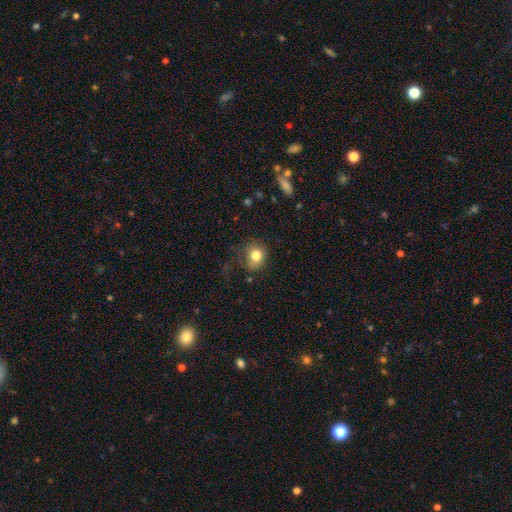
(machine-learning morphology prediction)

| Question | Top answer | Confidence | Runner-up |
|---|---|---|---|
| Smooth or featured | smooth | 79% | star or artifact (10%) |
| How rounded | round | 67% | in between (32%) |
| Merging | none | 59% | minor disturbance (25%) |